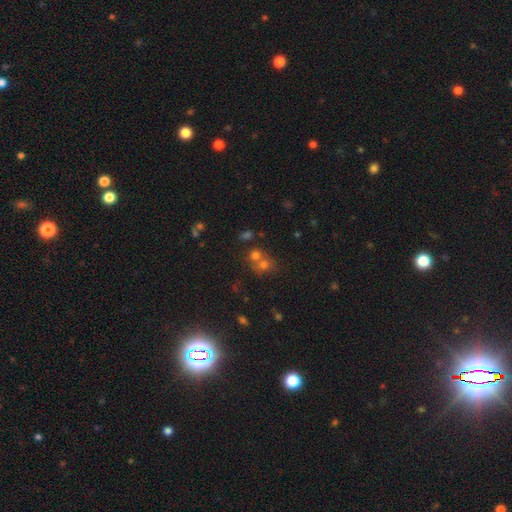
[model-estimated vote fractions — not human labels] Overall: smooth (65%). How rounded: round (74%). Merging: merger (49%; none 40%).